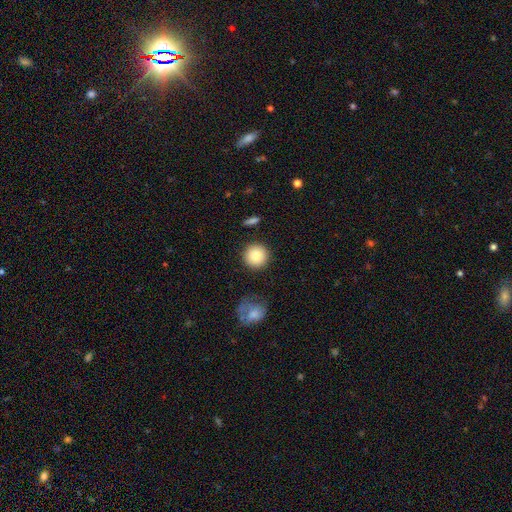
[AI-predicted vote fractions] The model was most divided on "smooth or featured": smooth: 85%, star or artifact: 8%, featured or disk: 7%. More confident: how rounded — round (95%); merging — none (89%).